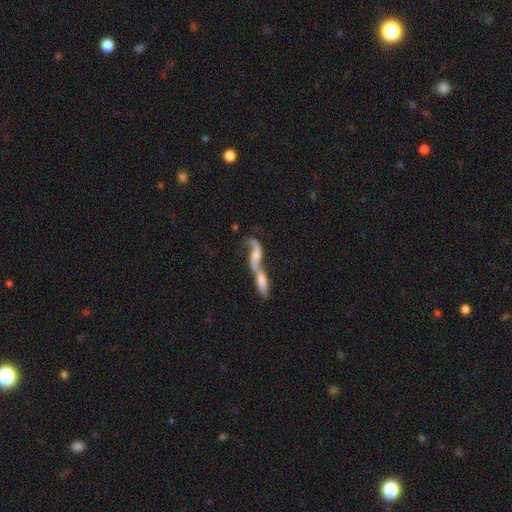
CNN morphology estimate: type=featured or disk (66%); edge-on=no (80%); bar=no (60%); spiral arms=yes (75%); bulge=small (33%); merging=merger (73%).